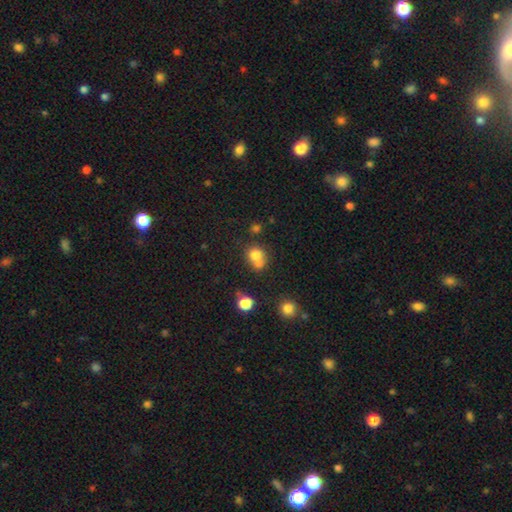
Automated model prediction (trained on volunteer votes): A smooth galaxy with no disk features (75%) that is round (75%).

Vote fractions:
- Smooth or featured? smooth: 75% / featured or disk: 13% / star or artifact: 12%
- How rounded? round: 75% / in between: 24% / cigar-shaped: 1%
- Merging? merger: 48% / none: 38% / minor disturbance: 9% / major disturbance: 4%